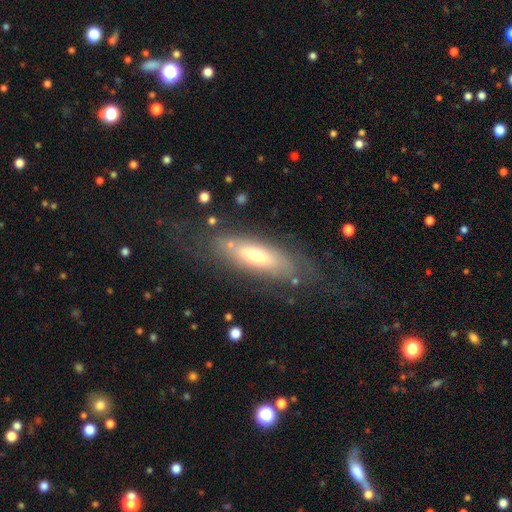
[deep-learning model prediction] A featured or disk galaxy (55%). Merging: none (65%).